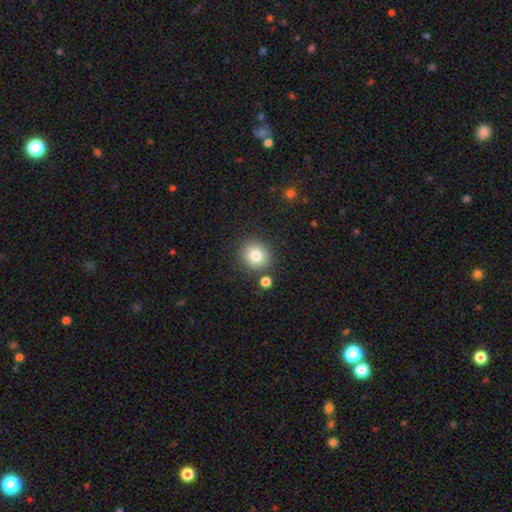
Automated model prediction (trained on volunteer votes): smooth 82%, star or artifact 10%, featured or disk 8%. Down the decision tree: how rounded — round (87%); merging — none (81%).